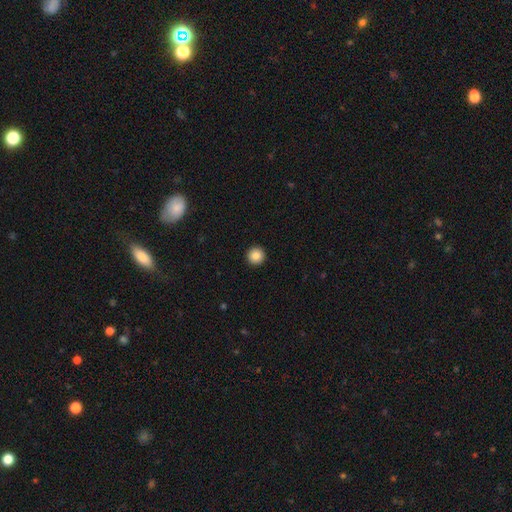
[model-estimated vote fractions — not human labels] Smooth or featured? Predicted: smooth (p=0.85). How rounded? Predicted: round (p=0.96). Merging? Predicted: none (p=0.94).